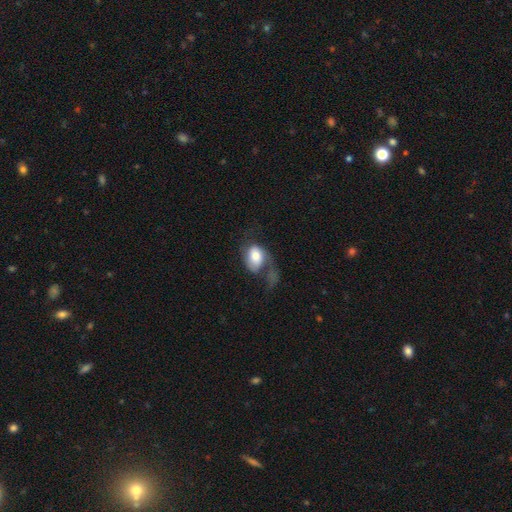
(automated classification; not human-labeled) Morphology: type=smooth (57%); roundness=in between (73%); merging=major disturbance (53%).